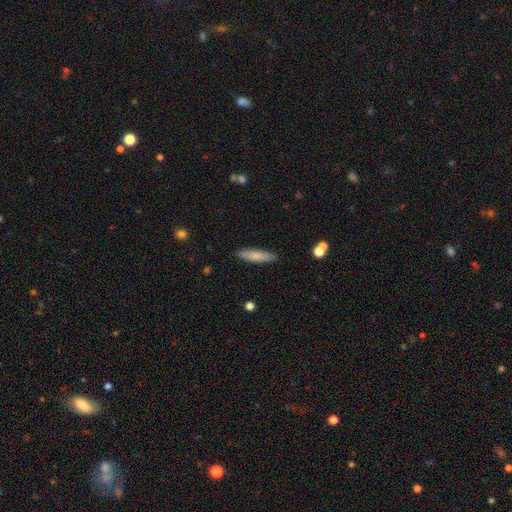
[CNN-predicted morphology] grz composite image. It shows a smooth galaxy with no disk features (78%) that is cigar-shaped (76%). Merging: none (88%).